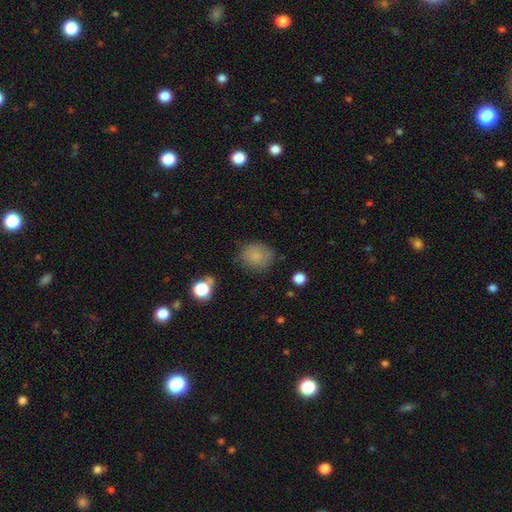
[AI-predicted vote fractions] Smooth or featured?
  - smooth: 81% *
  - star or artifact: 11%
  - featured or disk: 8%
How rounded?
  - round: 68% *
  - in between: 31%
  - cigar-shaped: 1%
Merging?
  - none: 75% *
  - minor disturbance: 18%
  - major disturbance: 5%
  - merger: 2%